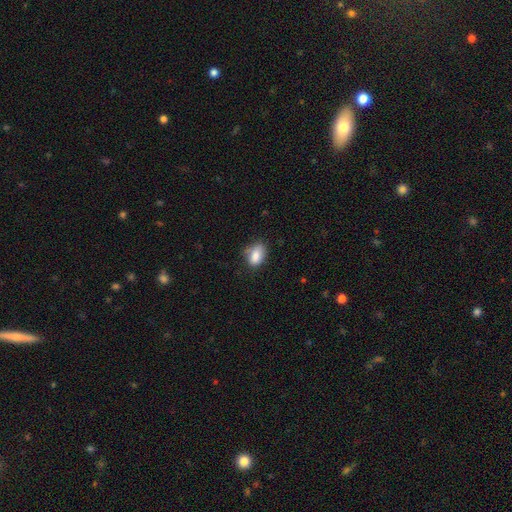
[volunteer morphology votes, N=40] Volunteers were most divided on "merging": none: 51%, minor disturbance: 35%, major disturbance: 11%, merger: 3%. More confident: how rounded — in between (85%); smooth or featured — smooth (82%).